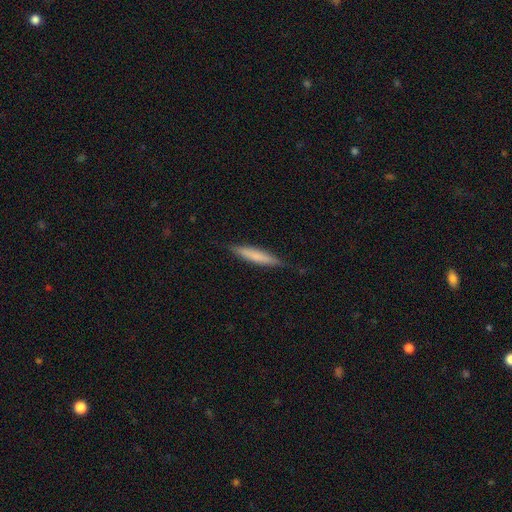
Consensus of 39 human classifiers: Q: Smooth or featured?
A: smooth (72%); runner-up: featured or disk (26%)
Q: How rounded?
A: cigar-shaped (86%); runner-up: in between (14%)
Q: Merging?
A: none (92%); runner-up: minor disturbance (8%)